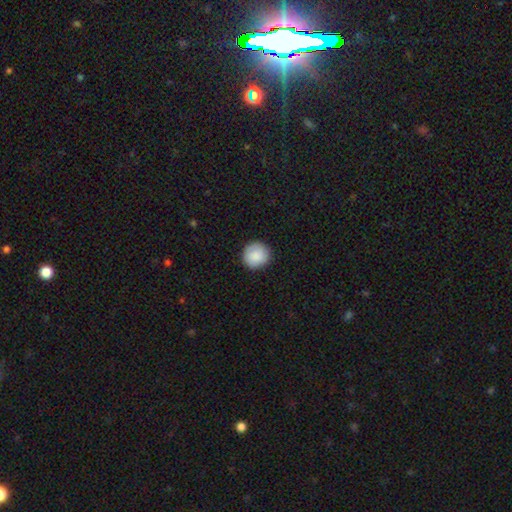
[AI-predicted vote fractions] A smooth galaxy with no disk features (88%) that is round (93%).

Vote fractions:
- Smooth or featured? smooth: 88% / star or artifact: 7% / featured or disk: 6%
- How rounded? round: 93% / in between: 6% / cigar-shaped: 1%
- Merging? none: 88% / minor disturbance: 9% / major disturbance: 2% / merger: 1%